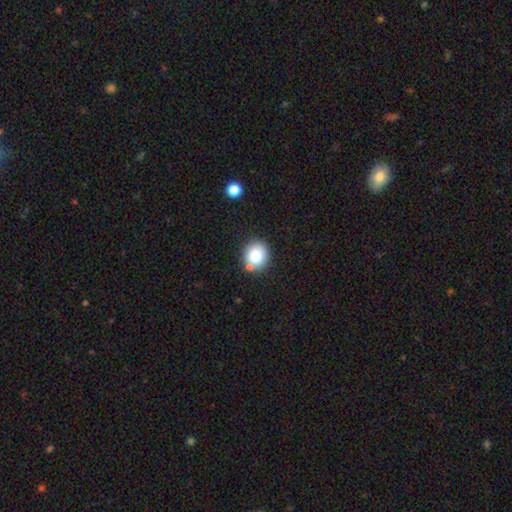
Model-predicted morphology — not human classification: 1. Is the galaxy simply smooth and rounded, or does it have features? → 82% smooth, 10% star or artifact, 8% featured or disk.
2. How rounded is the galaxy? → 77% round, 22% in between, 1% cigar-shaped.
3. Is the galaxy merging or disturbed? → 74% none, 12% minor disturbance, 10% merger, 3% major disturbance.